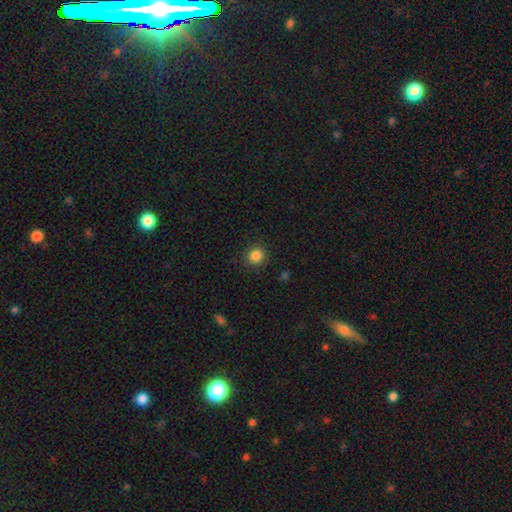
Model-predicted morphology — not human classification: This is clearly a smooth galaxy (85%). How rounded: clearly round (90%). Merging: clearly none (89%).